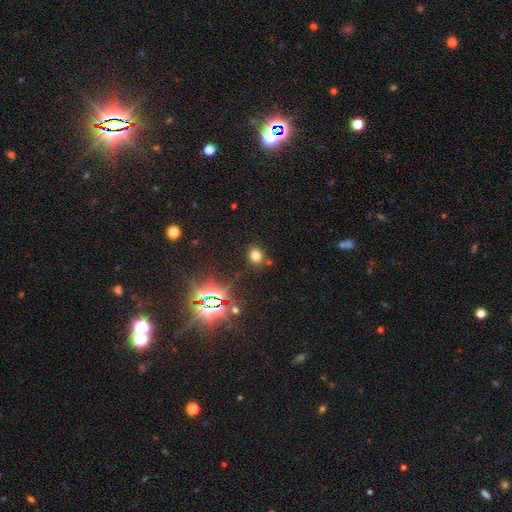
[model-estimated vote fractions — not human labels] Smooth or featured? smooth (70%)
How rounded? round (76%)
Merging? none (82%)